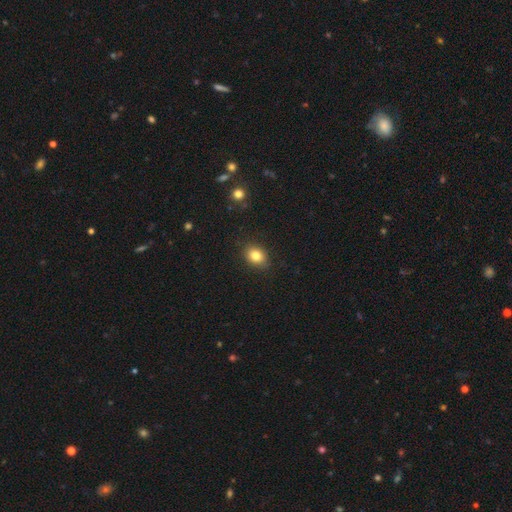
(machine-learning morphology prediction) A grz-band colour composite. It shows a smooth galaxy with no disk features (83%) that is in between round and cigar-shaped (55%). Merging: none (84%).